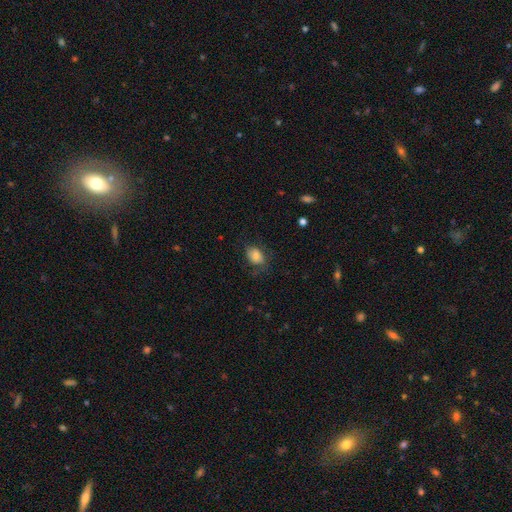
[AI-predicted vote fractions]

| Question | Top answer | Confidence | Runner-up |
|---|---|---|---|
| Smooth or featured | smooth | 73% | featured or disk (18%) |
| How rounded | in between | 75% | round (24%) |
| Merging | none | 59% | minor disturbance (24%) |